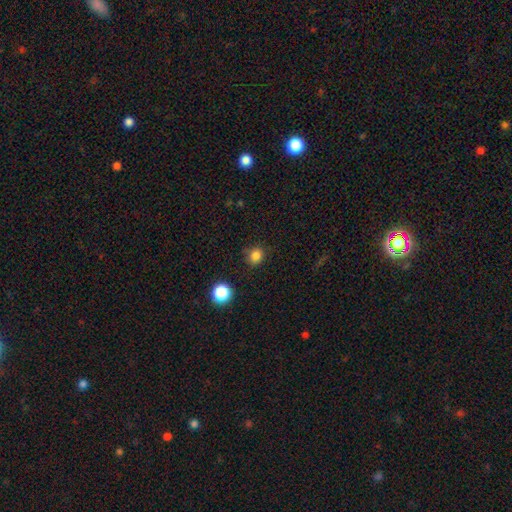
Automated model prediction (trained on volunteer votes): This is clearly a smooth galaxy (82%). How rounded: clearly round (82%). Merging: clearly none (81%).